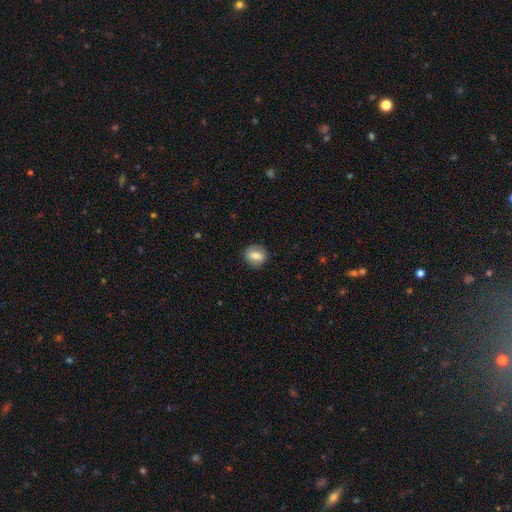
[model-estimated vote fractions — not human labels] Smooth or featured? Predicted: smooth (p=0.74). How rounded? Predicted: round (p=0.58). Merging? Predicted: none (p=0.82).